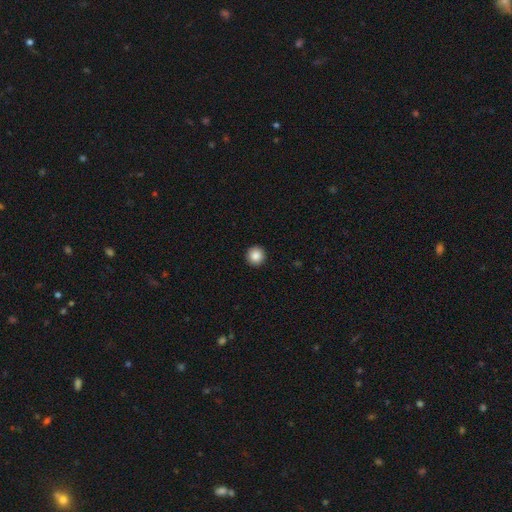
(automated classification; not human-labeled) The model was most divided on "smooth or featured": smooth: 87%, star or artifact: 9%, featured or disk: 4%. More confident: how rounded — round (96%); merging — none (94%).